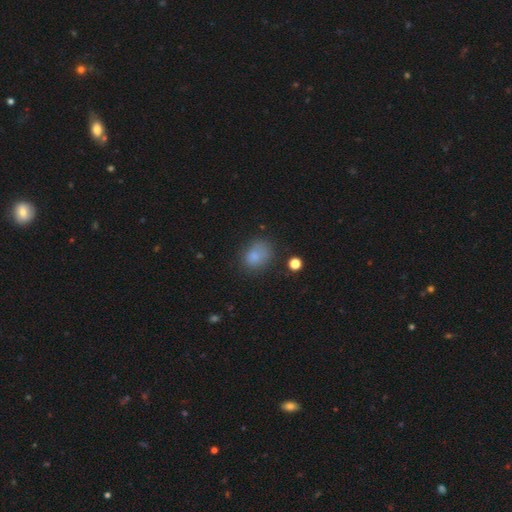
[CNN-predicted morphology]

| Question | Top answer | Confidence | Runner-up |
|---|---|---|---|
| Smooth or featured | smooth | 78% | star or artifact (12%) |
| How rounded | in between | 57% | round (42%) |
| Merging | none | 55% | minor disturbance (26%) |